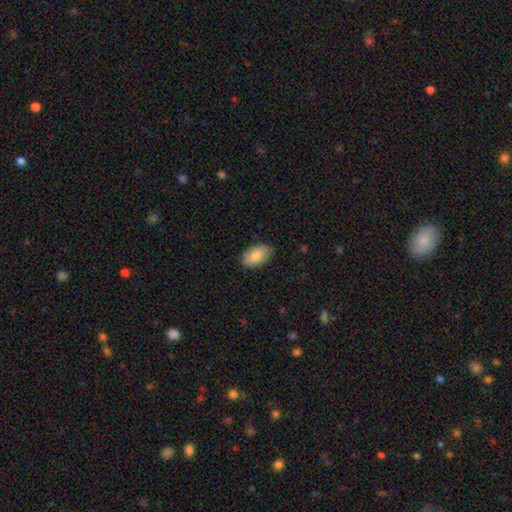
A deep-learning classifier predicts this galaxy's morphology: Smooth or featured: smooth — 81% (featured or disk — 13%)
How rounded: in between — 93% (round — 6%)
Merging: none — 84% (minor disturbance — 13%)